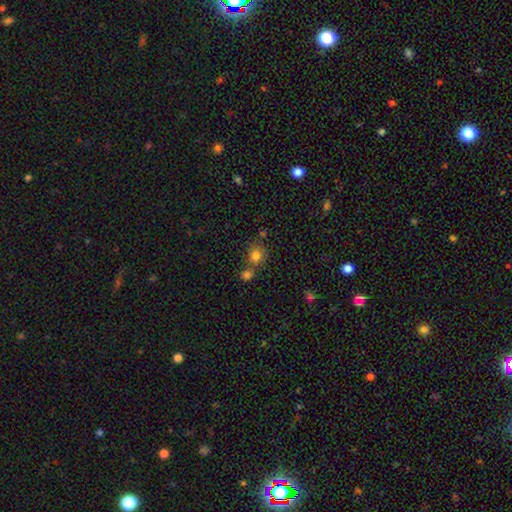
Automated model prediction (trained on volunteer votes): Smooth or featured? smooth (79%)
How rounded? round (77%)
Merging? none (55%)